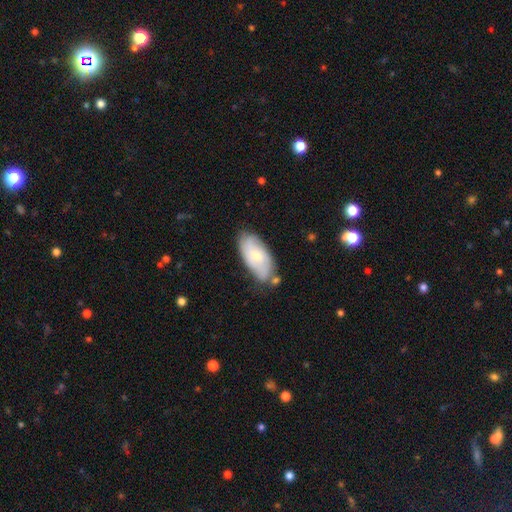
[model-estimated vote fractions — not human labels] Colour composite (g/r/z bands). It shows a smooth galaxy with no disk features (48%). Merging: none (66%).